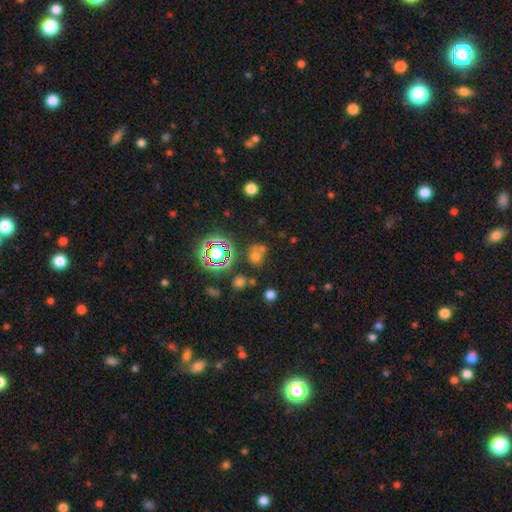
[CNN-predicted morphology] A smooth galaxy with no disk features (55%) that is round (73%). Merging: none (53%).